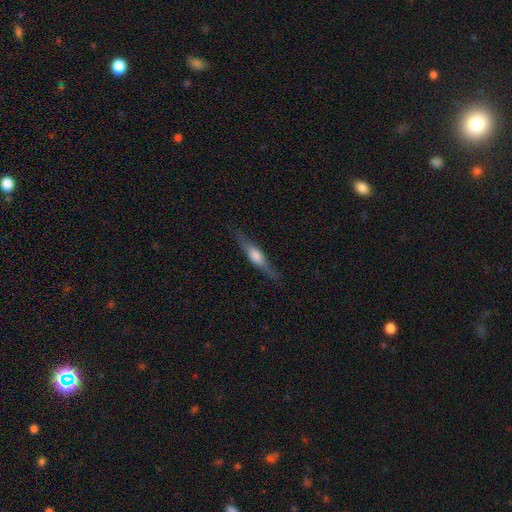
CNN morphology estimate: smooth-or-featured: featured or disk: 62% | smooth: 32% | star or artifact: 6%
  disk-edge-on: yes: 94% | no: 6%
    edge-on-bulge: rounded: 78% | boxy: 16% | none: 6%
  merging: none: 84% | minor disturbance: 11% | major disturbance: 3% | merger: 1%